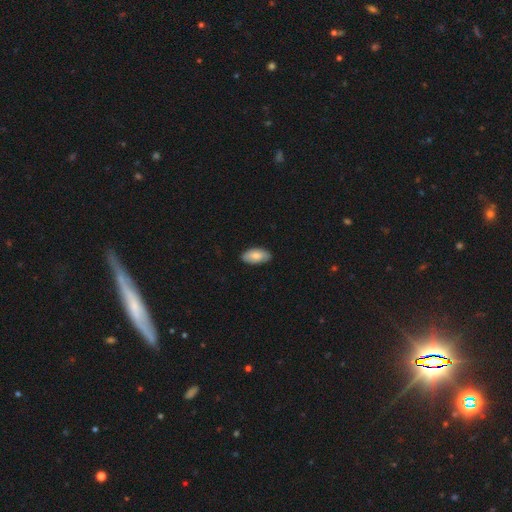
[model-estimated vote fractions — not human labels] Q: Smooth or featured?
A: smooth (77%); runner-up: featured or disk (17%)
Q: How rounded?
A: in between (95%); runner-up: cigar-shaped (3%)
Q: Merging?
A: none (85%); runner-up: minor disturbance (12%)